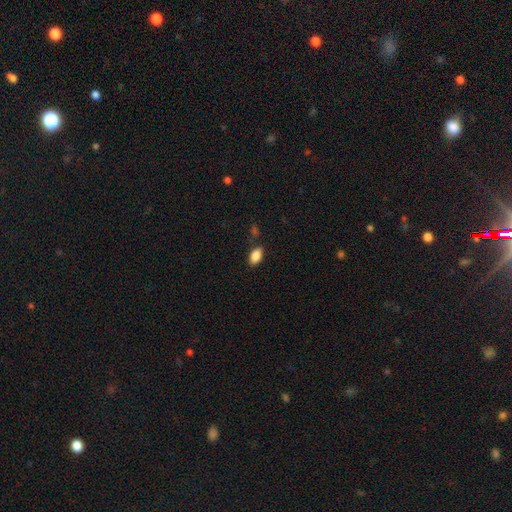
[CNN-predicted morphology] smooth 87%, star or artifact 8%, featured or disk 5%. Down the decision tree: how rounded — in between (92%); merging — none (79%).